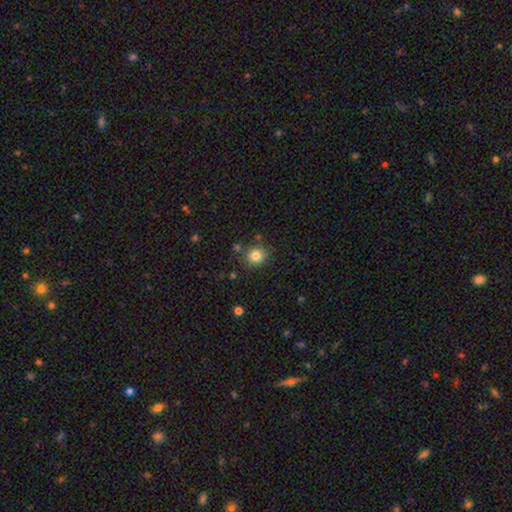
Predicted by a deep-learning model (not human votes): A smooth galaxy with no disk features (83%) that is round (79%).

Vote fractions:
- Smooth or featured? smooth: 83% / star or artifact: 11% / featured or disk: 6%
- How rounded? round: 79% / in between: 20% / cigar-shaped: 1%
- Merging? none: 81% / minor disturbance: 11% / merger: 5% / major disturbance: 3%